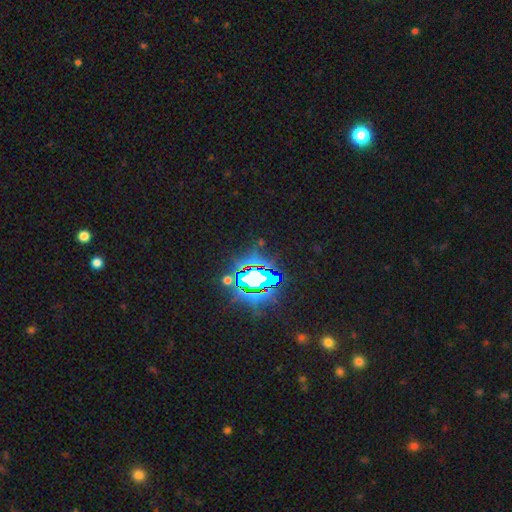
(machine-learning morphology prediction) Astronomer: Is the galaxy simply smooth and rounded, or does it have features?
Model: star or artifact — 78%.